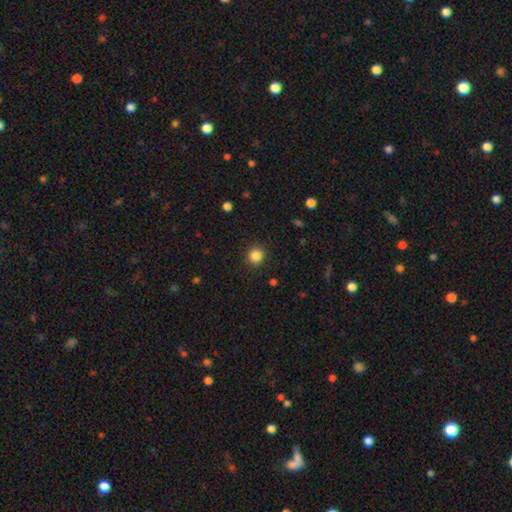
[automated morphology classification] Q: Smooth or featured?
A: smooth (85%); runner-up: star or artifact (11%)
Q: How rounded?
A: round (91%); runner-up: in between (8%)
Q: Merging?
A: none (91%); runner-up: minor disturbance (6%)